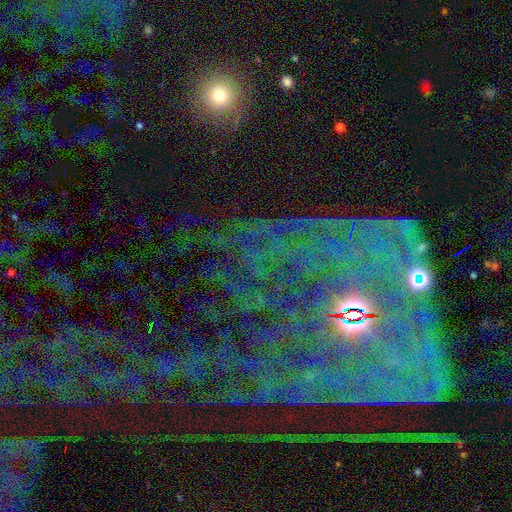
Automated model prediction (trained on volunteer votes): star or artifact 68%, featured or disk 18%, smooth 15%.